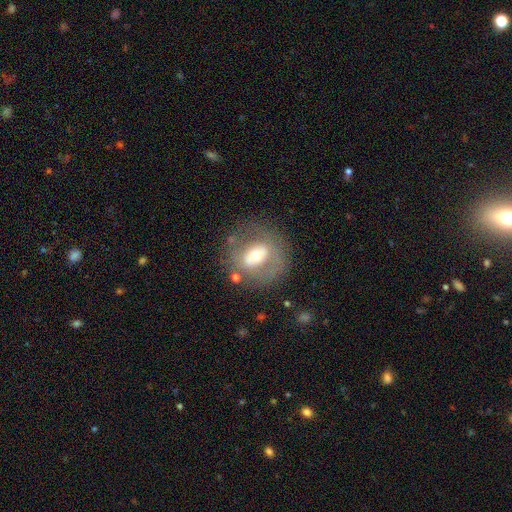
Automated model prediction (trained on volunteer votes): Overall: featured or disk (50%; smooth 41%). Merging: none (69%).